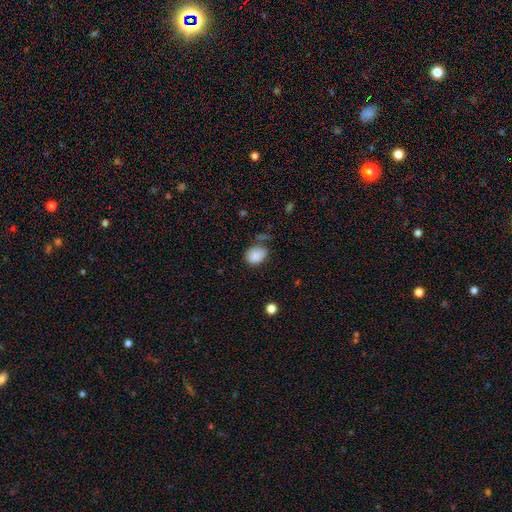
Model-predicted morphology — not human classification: The model was most divided on "how rounded": in between: 50%, round: 49%, cigar-shaped: 1%. More confident: smooth or featured — smooth (84%); merging — none (58%).